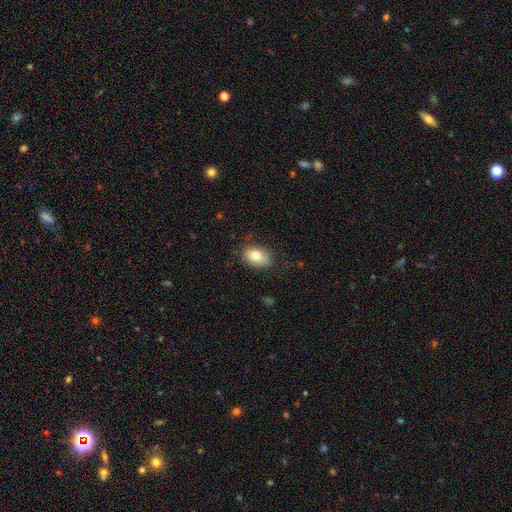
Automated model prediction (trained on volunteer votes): This appears to be a smooth galaxy with no disk features (80%) that is in between round and cigar-shaped (81%). Merging: none (72%).